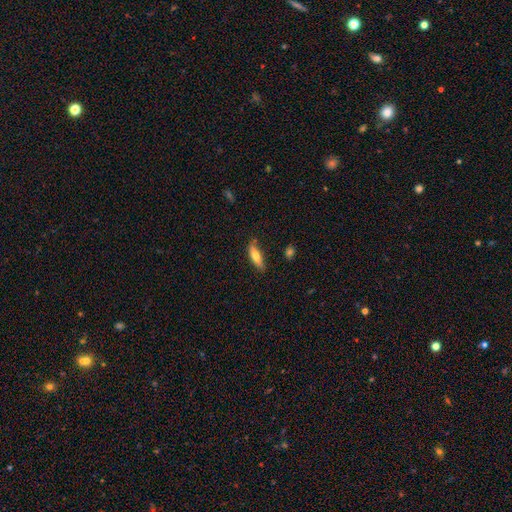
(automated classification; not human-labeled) Smooth or featured? Predicted: smooth (p=0.67). How rounded? Predicted: cigar-shaped (p=0.60). Merging? Predicted: none (p=0.74).